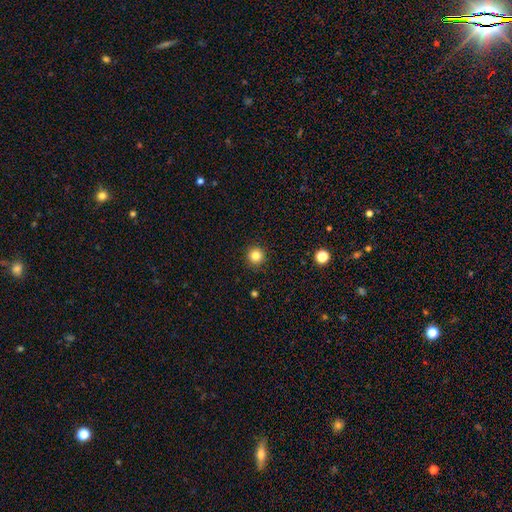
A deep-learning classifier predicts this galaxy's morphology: Smooth or featured: smooth — 84% (star or artifact — 12%)
How rounded: round — 95% (in between — 4%)
Merging: none — 92% (minor disturbance — 5%)